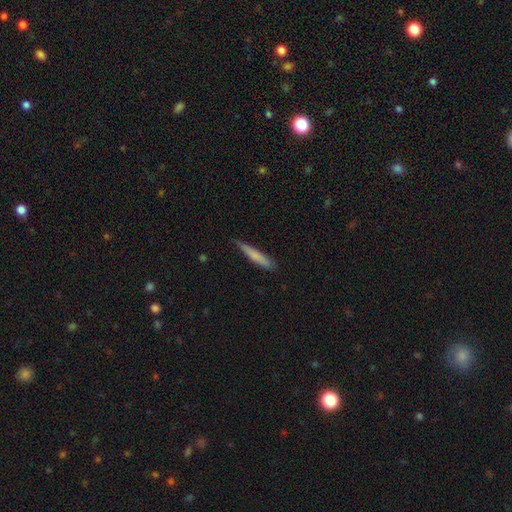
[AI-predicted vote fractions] This is likely a smooth galaxy (74%). How rounded: clearly cigar-shaped (93%). Merging: likely none (74%).